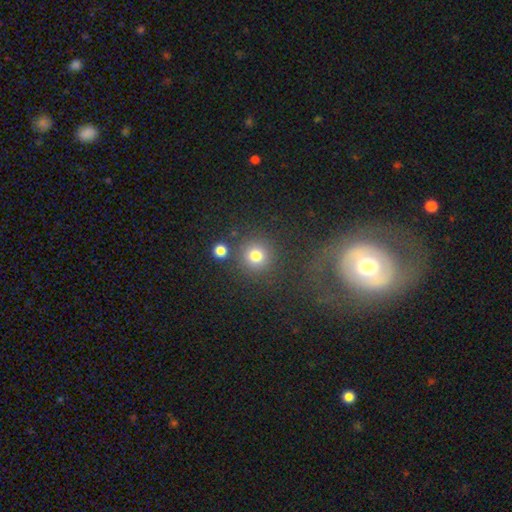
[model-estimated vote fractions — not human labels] Smooth or featured?
  - smooth: 78% *
  - star or artifact: 15%
  - featured or disk: 6%
How rounded?
  - round: 93% *
  - in between: 6%
  - cigar-shaped: 1%
Merging?
  - none: 81% *
  - minor disturbance: 8%
  - merger: 8%
  - major disturbance: 4%